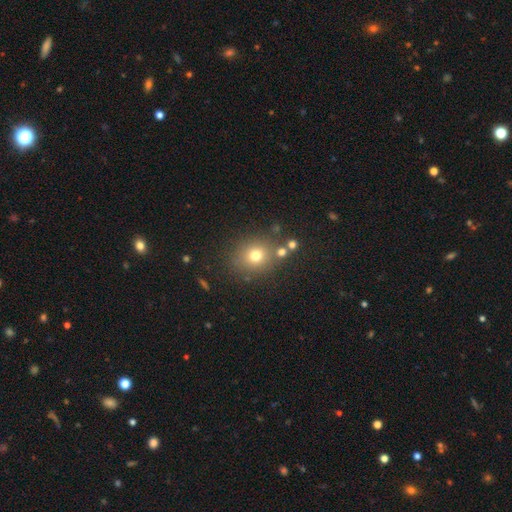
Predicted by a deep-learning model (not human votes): Smooth or featured? Predicted: smooth (p=0.72). How rounded? Predicted: round (p=0.79). Merging? Predicted: none (p=0.76).